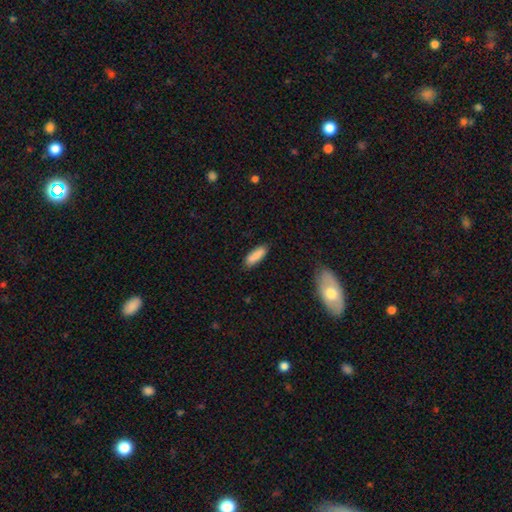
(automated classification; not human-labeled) smooth 88%, star or artifact 6%, featured or disk 6%. Down the decision tree: how rounded — cigar-shaped (51%); merging — none (84%).